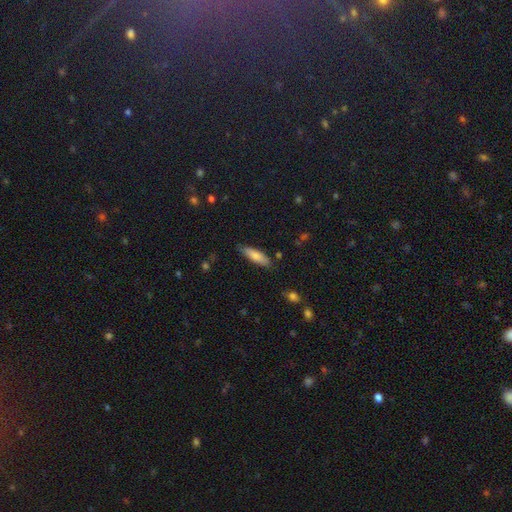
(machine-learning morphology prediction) This is likely a smooth galaxy (78%). How rounded: possibly cigar-shaped (58%). Merging: clearly none (81%).